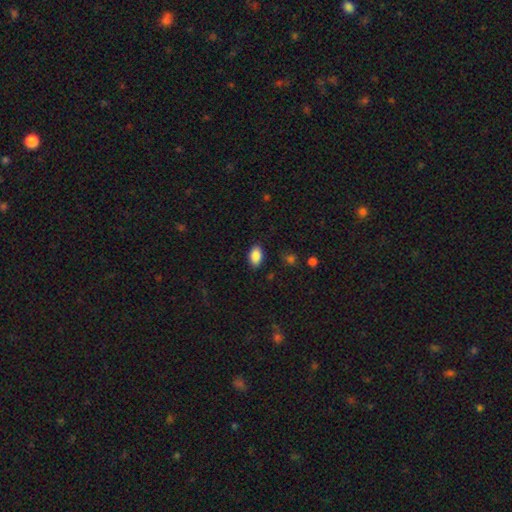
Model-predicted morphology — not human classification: Smooth or featured? Predicted: smooth (p=0.88). How rounded? Predicted: in between (p=0.91). Merging? Predicted: none (p=0.86).